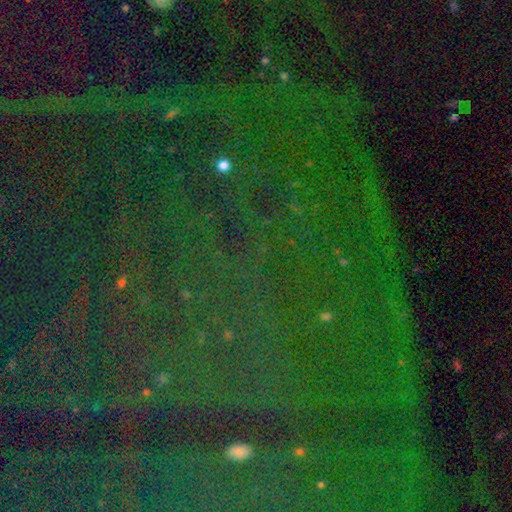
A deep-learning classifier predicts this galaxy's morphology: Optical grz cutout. It shows a star or artifact, not a galaxy (82%).